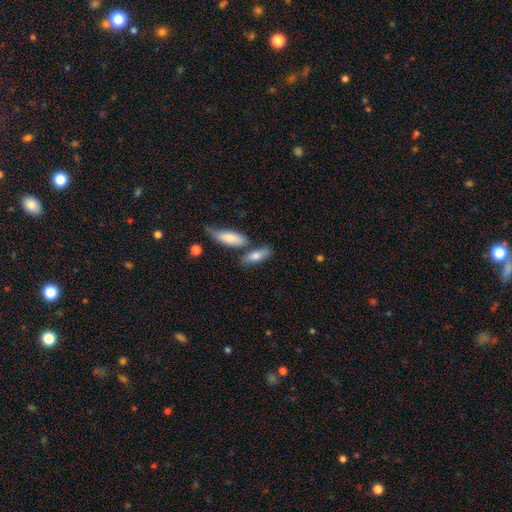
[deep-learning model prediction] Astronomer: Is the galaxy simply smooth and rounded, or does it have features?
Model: smooth — 76%.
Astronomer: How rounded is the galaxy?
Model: in between — 67%.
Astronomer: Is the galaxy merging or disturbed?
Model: none — 55%.